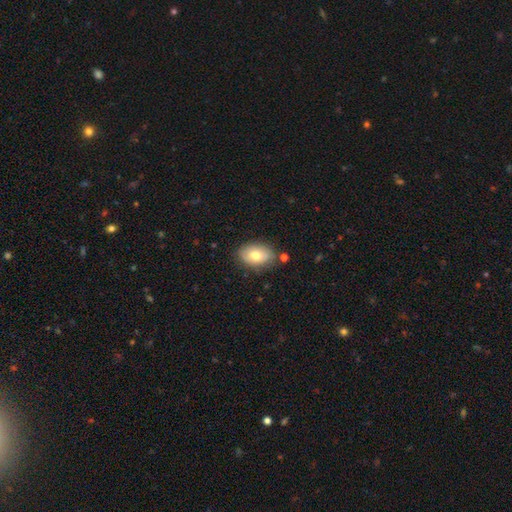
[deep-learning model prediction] Smooth or featured? smooth (72%)
How rounded? in between (88%)
Merging? none (78%)